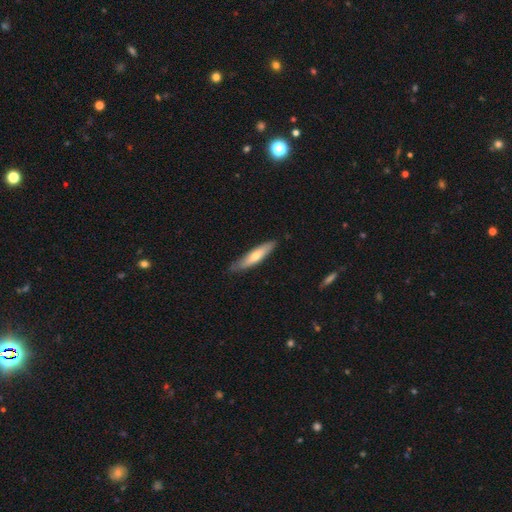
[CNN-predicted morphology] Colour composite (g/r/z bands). It shows a smooth galaxy with no disk features (59%) that is cigar-shaped (83%). Merging: none (81%).